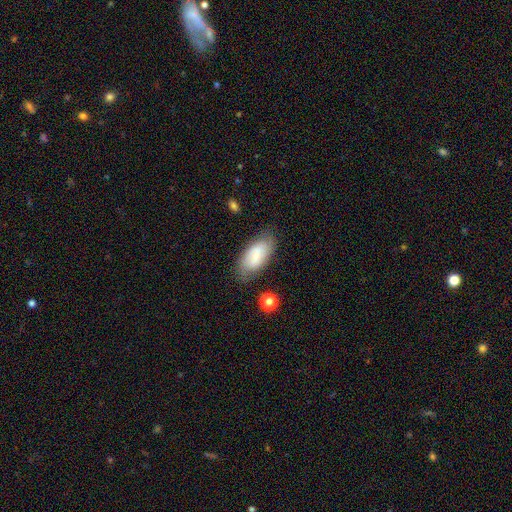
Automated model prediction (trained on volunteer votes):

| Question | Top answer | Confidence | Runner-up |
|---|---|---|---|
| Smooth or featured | smooth | 58% | featured or disk (35%) |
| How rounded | in between | 92% | cigar-shaped (5%) |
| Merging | none | 77% | minor disturbance (16%) |